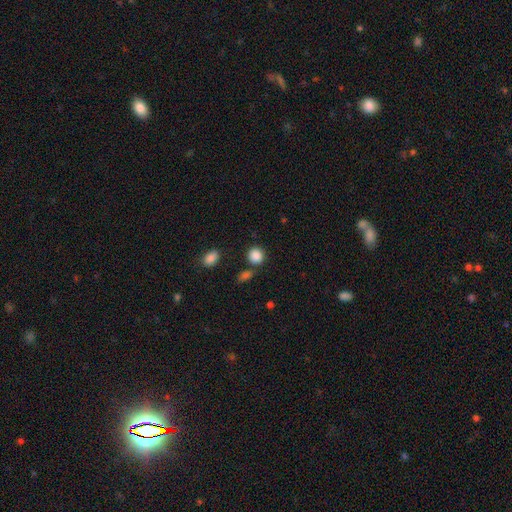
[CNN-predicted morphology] A smooth galaxy with no disk features (87%) that is round (83%). Merging: none (78%).